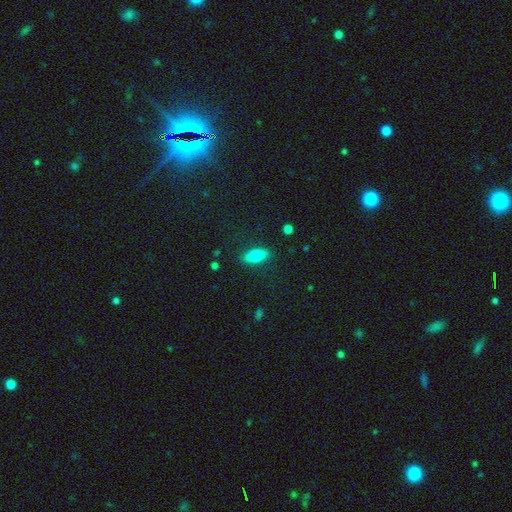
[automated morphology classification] This appears to be a smooth galaxy with no disk features (78%) that is in between round and cigar-shaped (76%). Merging: none (86%).